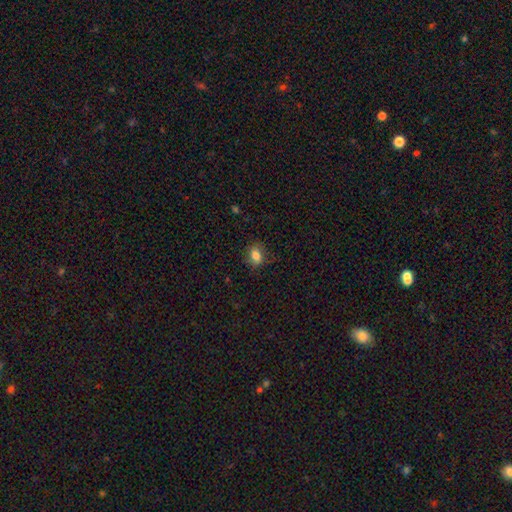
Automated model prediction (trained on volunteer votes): Smooth or featured? Predicted: smooth (p=0.82). How rounded? Predicted: in between (p=0.69). Merging? Predicted: none (p=0.76).